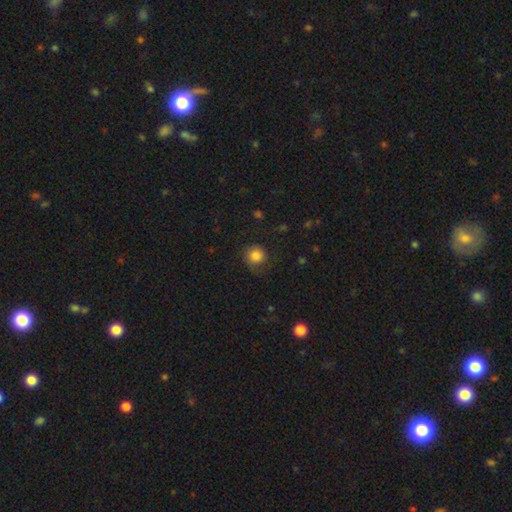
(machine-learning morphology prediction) Smooth or featured? Predicted: smooth (p=0.80). How rounded? Predicted: round (p=0.90). Merging? Predicted: none (p=0.68).